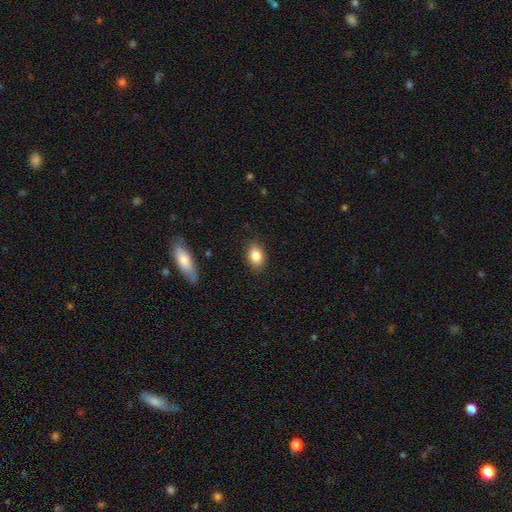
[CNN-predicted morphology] Q: Smooth or featured?
A: smooth (84%); runner-up: star or artifact (8%)
Q: How rounded?
A: in between (76%); runner-up: round (22%)
Q: Merging?
A: none (87%); runner-up: minor disturbance (9%)